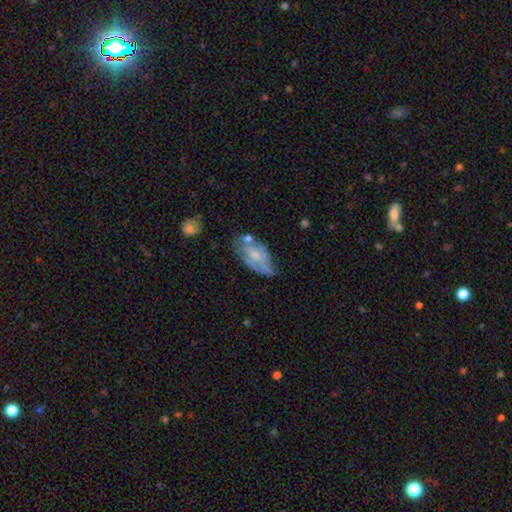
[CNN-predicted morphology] The model was most divided on "bulge size": small: 43%, moderate: 41%, none: 11%, large: 4%, dominant: 1%. Remaining: edge-on disk — no (93%); spiral arms — yes (63%); smooth or featured — featured or disk (56%); bar — no (51%); merging — none (39%).